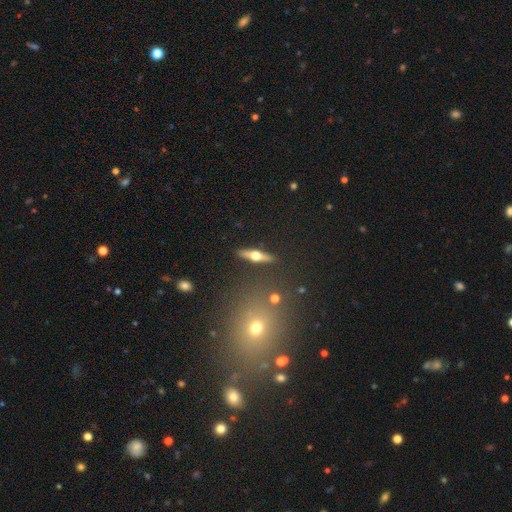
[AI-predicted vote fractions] Smooth or featured? Predicted: featured or disk (p=0.64). Edge-on disk? Predicted: yes (p=0.94). Edge-on bulge? Predicted: rounded (p=0.96). Merging? Predicted: none (p=0.88).